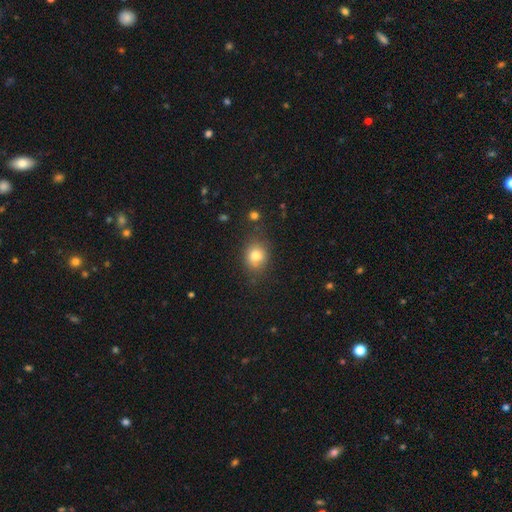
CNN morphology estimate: Smooth or featured: smooth — 79% (star or artifact — 12%)
How rounded: round — 68% (in between — 31%)
Merging: none — 75% (minor disturbance — 17%)